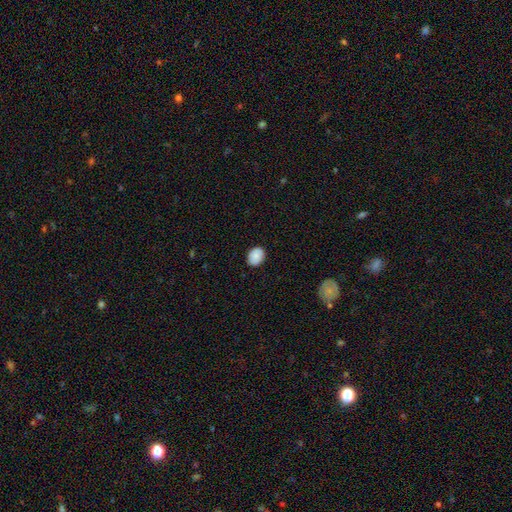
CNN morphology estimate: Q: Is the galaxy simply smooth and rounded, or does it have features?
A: smooth — 86%.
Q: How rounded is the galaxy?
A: in between — 53%.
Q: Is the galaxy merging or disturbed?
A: none — 86%.